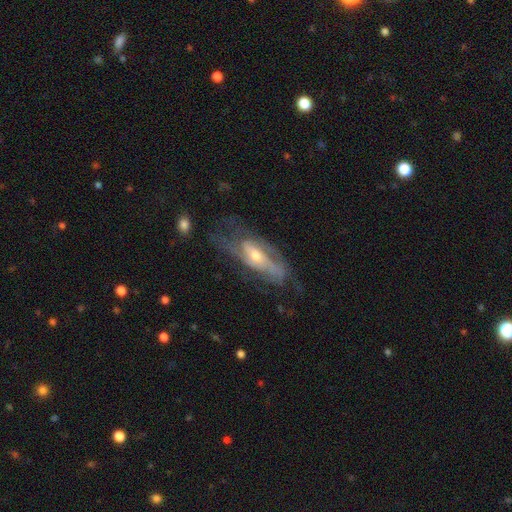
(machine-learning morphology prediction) smooth_or_featured: featured or disk (p=0.76) [alt: smooth p=0.18]
disk_edge_on: no (p=0.84) [alt: yes p=0.16]
bar: no (p=0.51) [alt: weak p=0.34]
has_spiral_arms: yes (p=0.83) [alt: no p=0.17]
spiral_winding: medium (p=0.41) [alt: tight p=0.35]
spiral_arm_count: 2 (p=0.45) [alt: can't tell p=0.35]
bulge_size: moderate (p=0.51) [alt: small p=0.43]
merging: none (p=0.53) [alt: minor disturbance p=0.23]